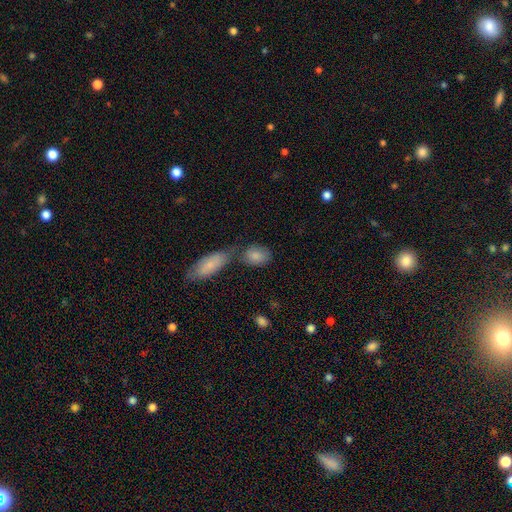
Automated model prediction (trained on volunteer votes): This appears to be a smooth galaxy with no disk features (83%) that is in between round and cigar-shaped (76%). Merging: none (50%).